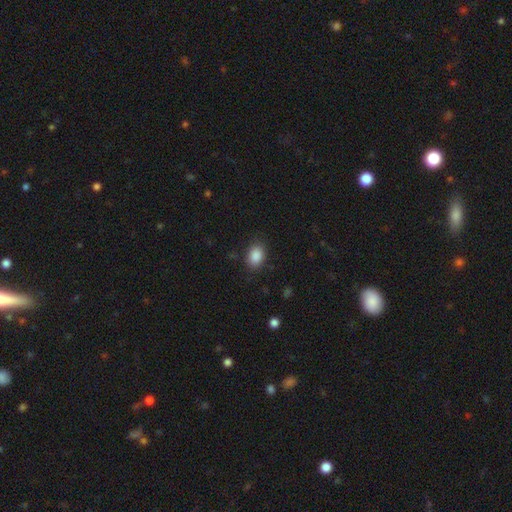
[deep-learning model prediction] A smooth galaxy with no disk features (88%) that is in between round and cigar-shaped (76%). Merging: none (84%).